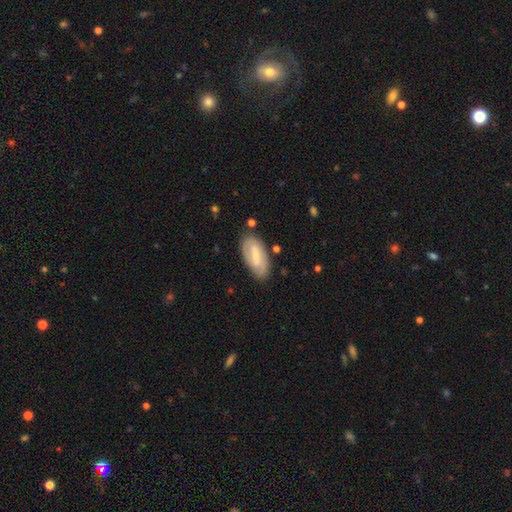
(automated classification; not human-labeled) Smooth or featured?
  - featured or disk: 48% *
  - smooth: 46%
  - star or artifact: 6%
Merging?
  - none: 77% *
  - minor disturbance: 16%
  - major disturbance: 4%
  - merger: 3%